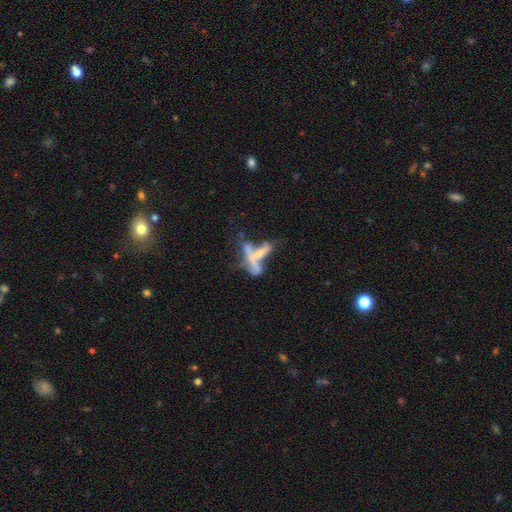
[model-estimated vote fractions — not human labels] Smooth or featured?
  - featured or disk: 50% *
  - smooth: 38%
  - star or artifact: 13%
Merging?
  - merger: 52% *
  - none: 19%
  - major disturbance: 19%
  - minor disturbance: 10%